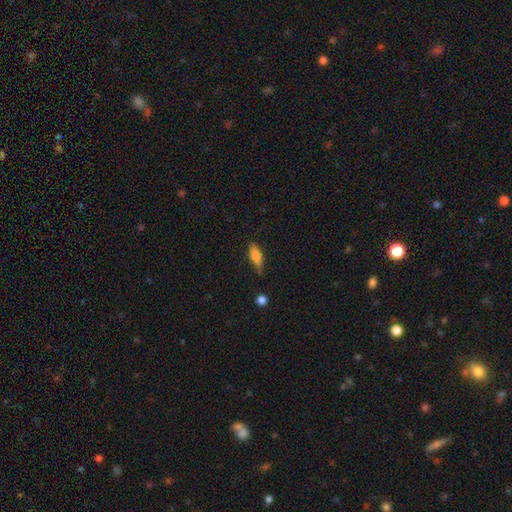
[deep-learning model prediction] Smooth or featured?
  - smooth: 72% *
  - featured or disk: 20%
  - star or artifact: 8%
How rounded?
  - in between: 63% *
  - cigar-shaped: 34%
  - round: 3%
Merging?
  - none: 71% *
  - minor disturbance: 21%
  - major disturbance: 5%
  - merger: 3%